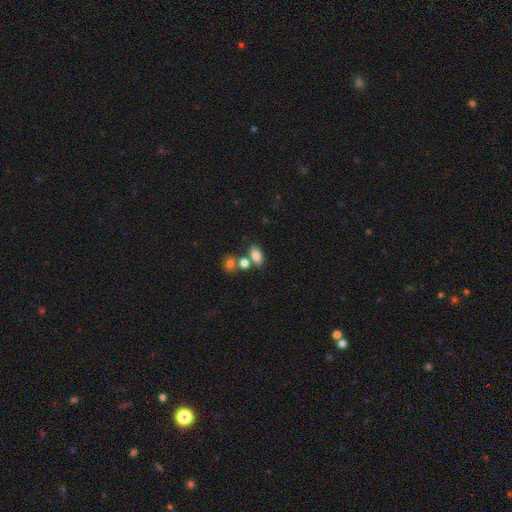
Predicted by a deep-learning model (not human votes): smooth_or_featured: smooth (p=0.80) [alt: star or artifact p=0.10]
how_rounded: in between (p=0.86) [alt: round p=0.11]
merging: none (p=0.55) [alt: merger p=0.28]